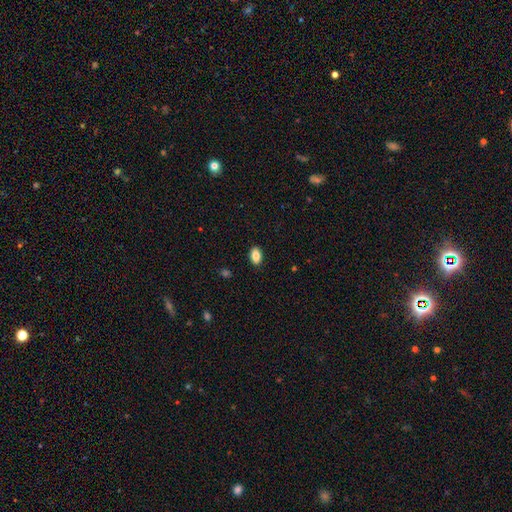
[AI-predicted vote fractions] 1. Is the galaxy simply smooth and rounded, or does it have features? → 85% smooth, 8% star or artifact, 7% featured or disk.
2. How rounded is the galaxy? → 89% in between, 9% round, 2% cigar-shaped.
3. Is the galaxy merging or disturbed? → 90% none, 8% minor disturbance, 2% major disturbance, 1% merger.